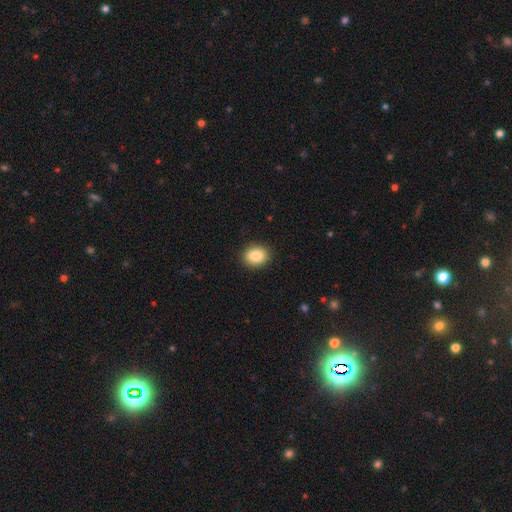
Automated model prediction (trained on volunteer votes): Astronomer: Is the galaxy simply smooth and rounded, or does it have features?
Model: smooth — 86%.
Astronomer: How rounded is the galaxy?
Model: round — 51% (runner-up: in between, 48%).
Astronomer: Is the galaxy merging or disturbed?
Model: none — 90%.